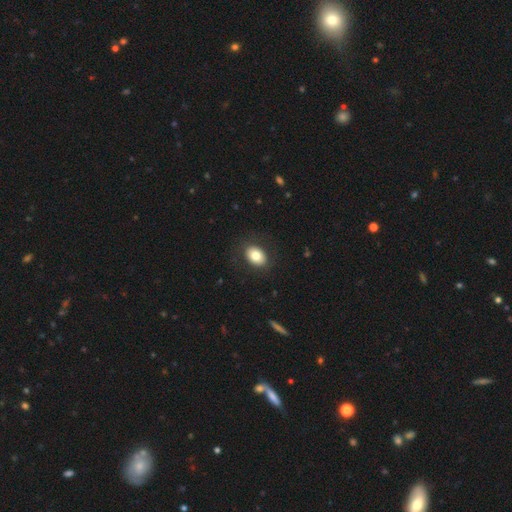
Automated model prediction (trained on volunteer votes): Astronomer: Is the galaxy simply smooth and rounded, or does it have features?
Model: smooth — 80%.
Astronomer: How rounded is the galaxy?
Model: in between — 73%.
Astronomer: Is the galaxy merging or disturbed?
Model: none — 86%.